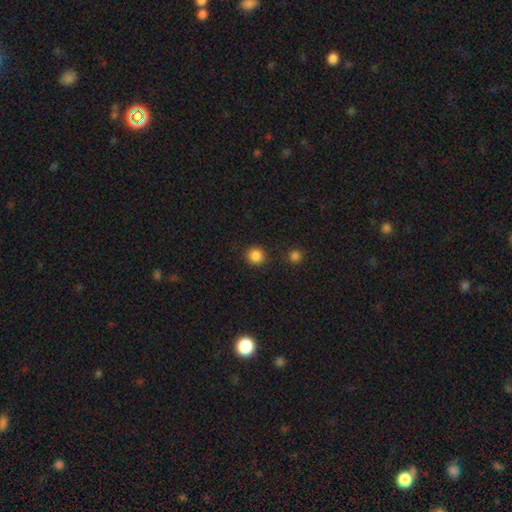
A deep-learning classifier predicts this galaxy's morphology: Smooth or featured?
  - smooth: 86% *
  - star or artifact: 11%
  - featured or disk: 3%
How rounded?
  - round: 92% *
  - in between: 7%
  - cigar-shaped: 1%
Merging?
  - none: 88% *
  - minor disturbance: 7%
  - merger: 3%
  - major disturbance: 3%